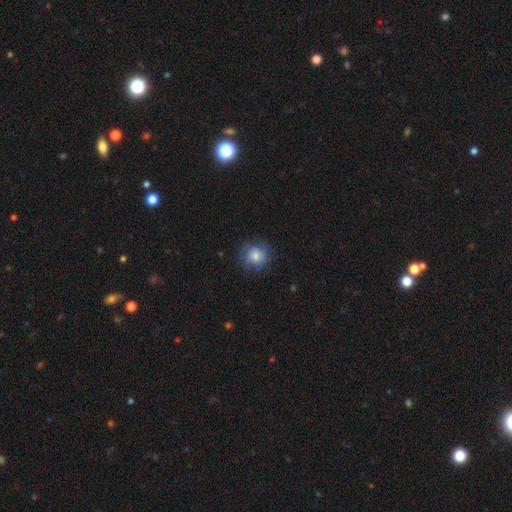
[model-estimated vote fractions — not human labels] This appears to be a smooth galaxy with no disk features (71%) that is round (89%). Merging: none (75%).